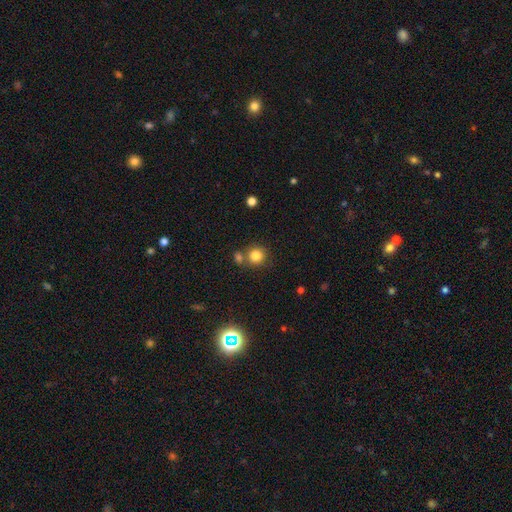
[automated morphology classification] A smooth galaxy with no disk features (82%) that is round (91%).

Vote fractions:
- Smooth or featured? smooth: 82% / star or artifact: 12% / featured or disk: 6%
- How rounded? round: 91% / in between: 8% / cigar-shaped: 1%
- Merging? none: 68% / merger: 20% / minor disturbance: 9% / major disturbance: 3%